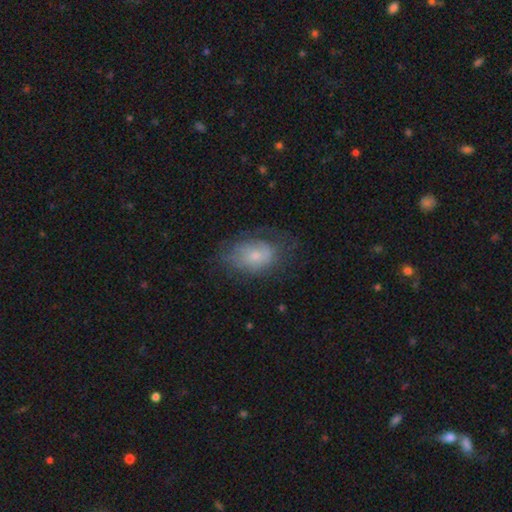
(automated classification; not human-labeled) Smooth or featured: smooth — 55% (featured or disk — 36%)
How rounded: in between — 82% (round — 16%)
Merging: none — 51% (minor disturbance — 28%)